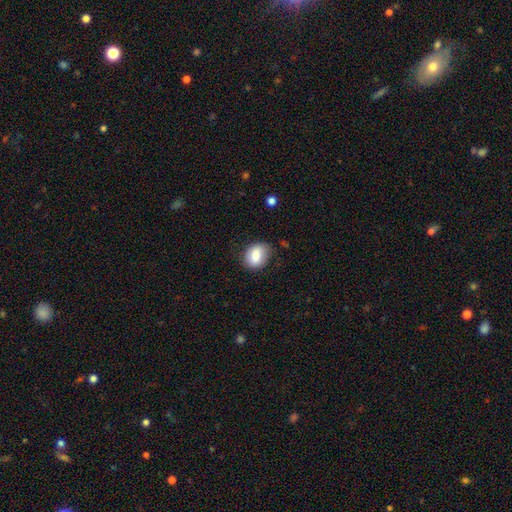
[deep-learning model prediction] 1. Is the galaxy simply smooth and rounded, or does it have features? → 81% smooth, 11% featured or disk, 8% star or artifact.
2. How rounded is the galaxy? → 60% in between, 38% round, 1% cigar-shaped.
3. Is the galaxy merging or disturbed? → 76% none, 18% minor disturbance, 4% major disturbance, 2% merger.